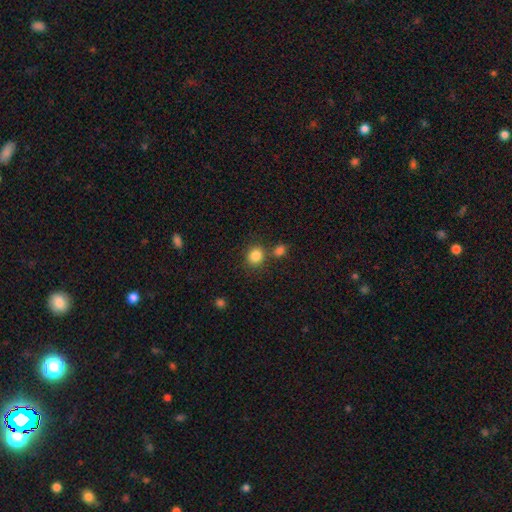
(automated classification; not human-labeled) Smooth or featured: smooth — 84% (star or artifact — 11%)
How rounded: round — 77% (in between — 22%)
Merging: none — 68% (merger — 18%)